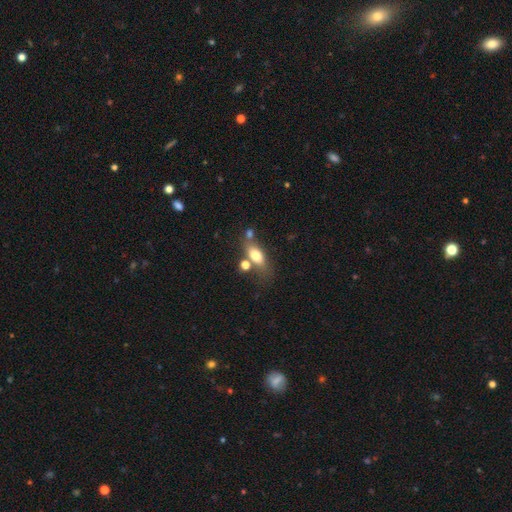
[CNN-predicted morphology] Smooth or featured? Predicted: smooth (p=0.72). How rounded? Predicted: in between (p=0.74). Merging? Predicted: none (p=0.55).